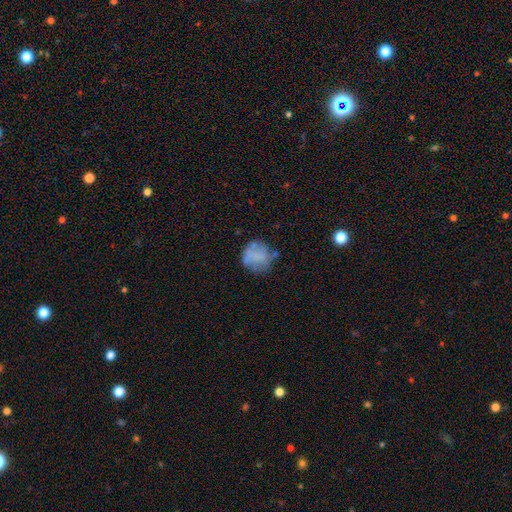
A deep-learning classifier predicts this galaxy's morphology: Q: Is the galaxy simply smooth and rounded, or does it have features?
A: smooth — 63%.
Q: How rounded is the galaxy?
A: round — 85%.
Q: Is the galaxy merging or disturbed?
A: none — 59%.